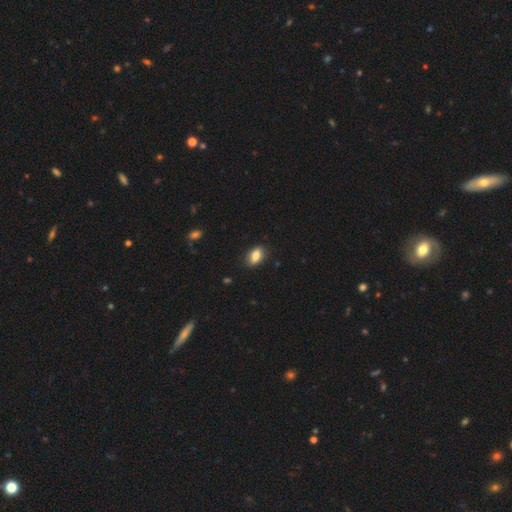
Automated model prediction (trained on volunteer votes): smooth 84%, featured or disk 8%, star or artifact 8%. Down the decision tree: how rounded — in between (89%); merging — none (84%).